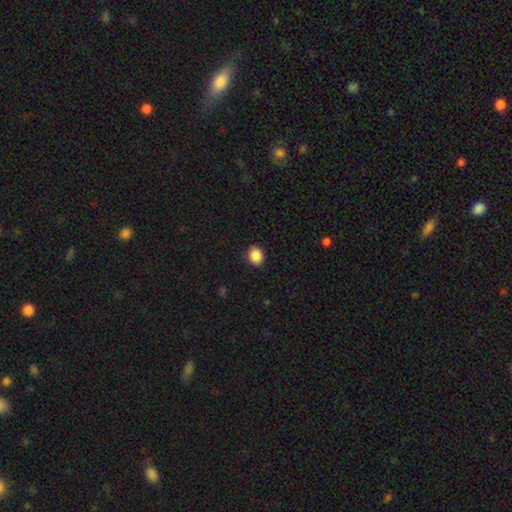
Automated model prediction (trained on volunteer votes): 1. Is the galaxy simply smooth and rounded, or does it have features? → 88% smooth, 9% star or artifact, 3% featured or disk.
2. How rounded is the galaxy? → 56% round, 43% in between, 1% cigar-shaped.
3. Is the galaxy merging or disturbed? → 90% none, 7% minor disturbance, 2% major disturbance, 1% merger.